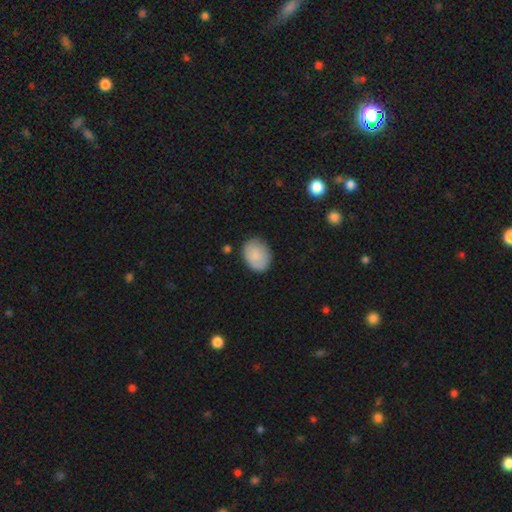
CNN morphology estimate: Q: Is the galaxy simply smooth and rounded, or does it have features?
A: smooth — 84%.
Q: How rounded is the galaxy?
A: in between — 63%.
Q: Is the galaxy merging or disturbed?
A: none — 76%.